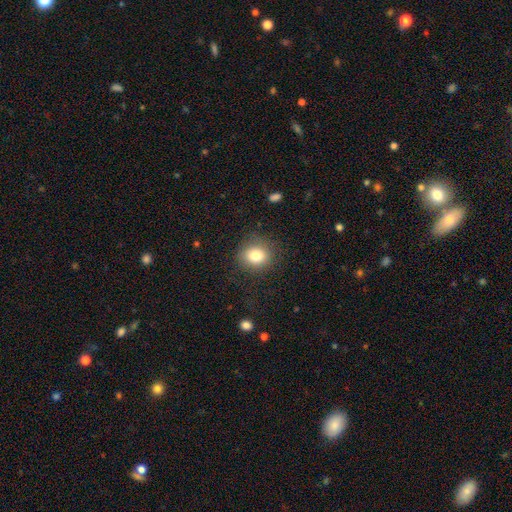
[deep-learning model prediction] This appears to be a smooth galaxy with no disk features (82%) that is round (71%). Merging: none (83%).